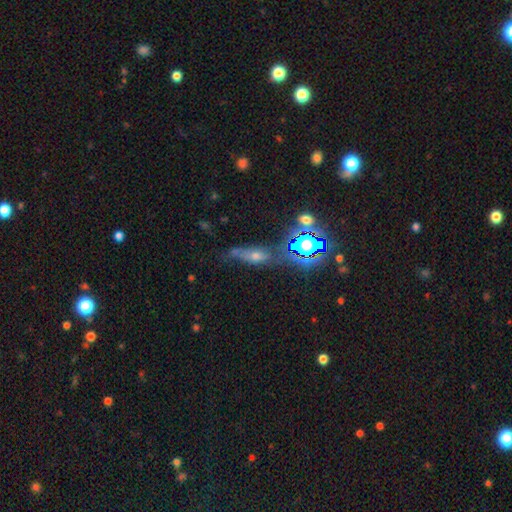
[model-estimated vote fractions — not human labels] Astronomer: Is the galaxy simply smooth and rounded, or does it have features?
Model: smooth — 36% (runner-up: star or artifact, 33%).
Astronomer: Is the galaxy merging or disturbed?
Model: none — 57%.